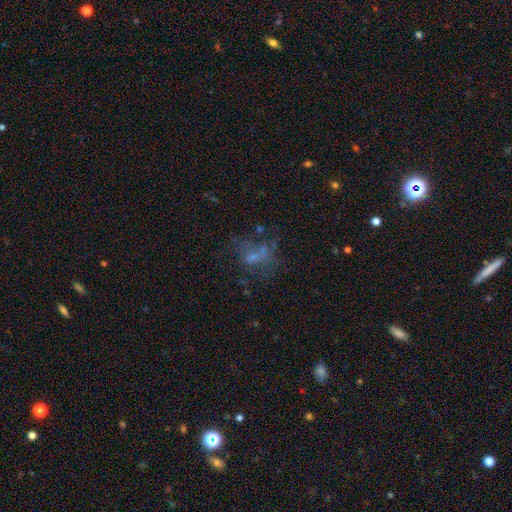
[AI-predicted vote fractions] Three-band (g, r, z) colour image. It shows a featured or disk galaxy (39%). Merging: none (39%).